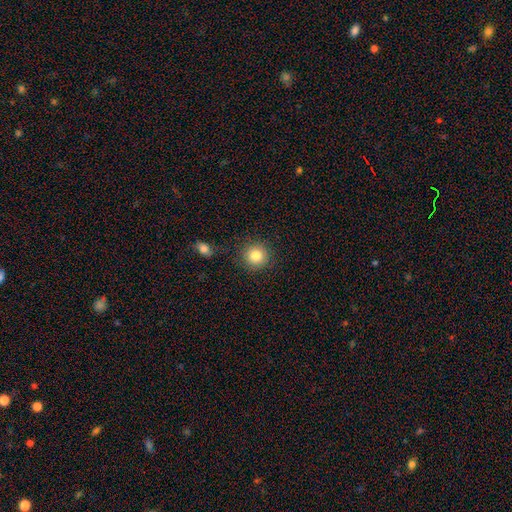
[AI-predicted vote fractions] smooth_or_featured: smooth (p=0.83) [alt: star or artifact p=0.10]
how_rounded: round (p=0.93) [alt: in between p=0.06]
merging: none (p=0.87) [alt: minor disturbance p=0.08]